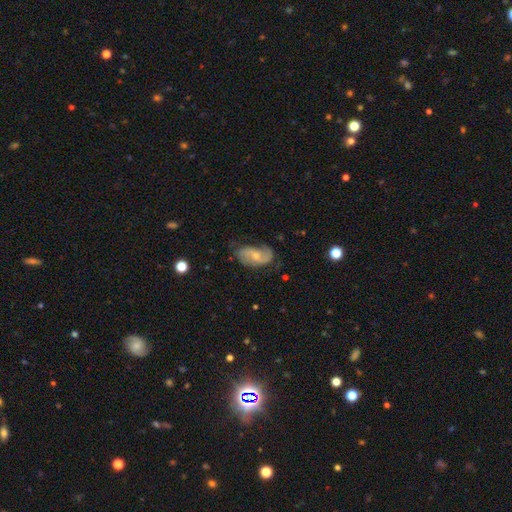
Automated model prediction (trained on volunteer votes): Smooth or featured? featured or disk (69%)
Edge-on disk? no (95%)
Bar? no (59%)
Spiral arms? yes (89%)
Spiral winding? loose (41%)
Spiral arm count? 2 (78%)
Bulge size? small (48%)
Merging? none (60%)